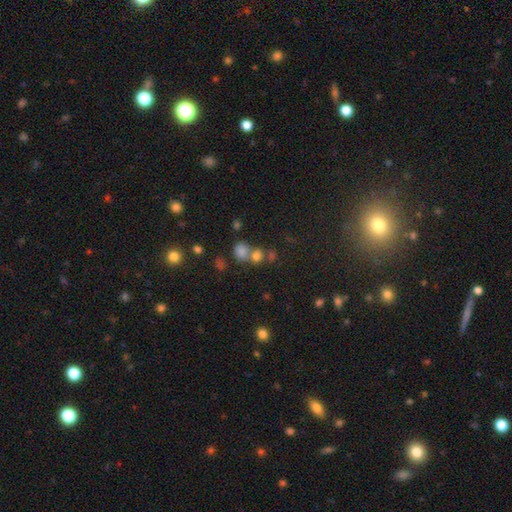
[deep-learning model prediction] Overall: smooth (65%; star or artifact 25%). How rounded: round (75%). Merging: none (45%; merger 42%).